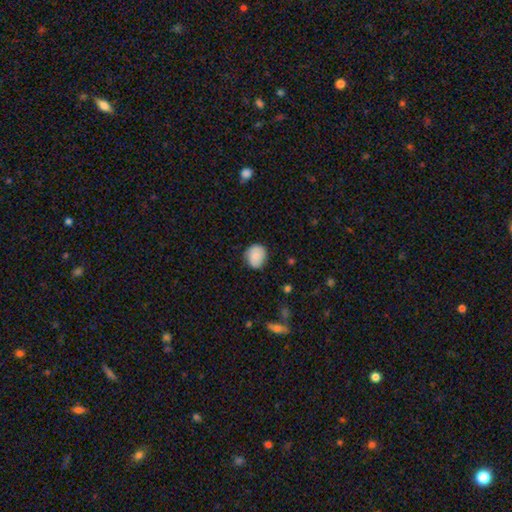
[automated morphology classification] smooth-or-featured: smooth: 80% | featured or disk: 12% | star or artifact: 7%
  how-rounded: round: 73% | in between: 26% | cigar-shaped: 1%
  merging: none: 77% | minor disturbance: 18% | major disturbance: 4% | merger: 1%